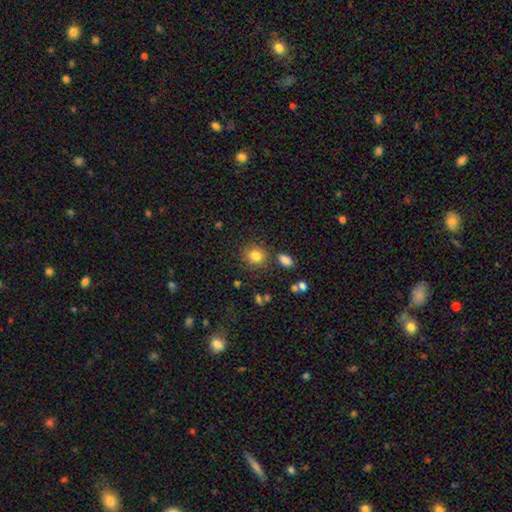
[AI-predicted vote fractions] smooth 83%, star or artifact 11%, featured or disk 6%. Down the decision tree: how rounded — round (79%); merging — none (80%).